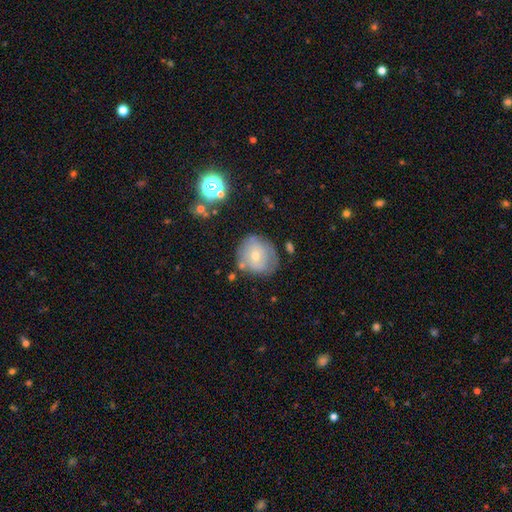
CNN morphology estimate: This appears to be a smooth galaxy with no disk features (53%) that is round (79%). Merging: none (65%).